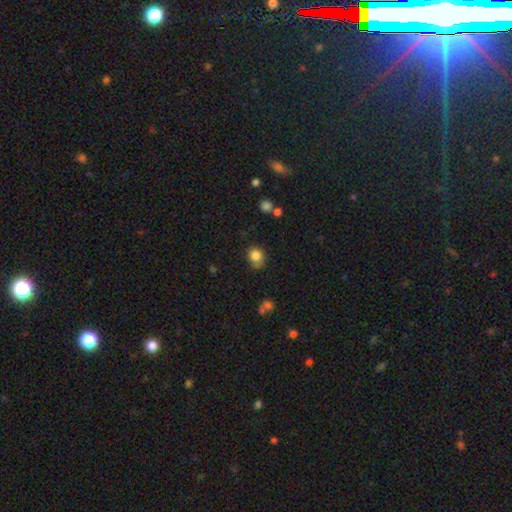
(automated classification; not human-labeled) Morphology: type=smooth (83%); roundness=round (75%); merging=none (65%).